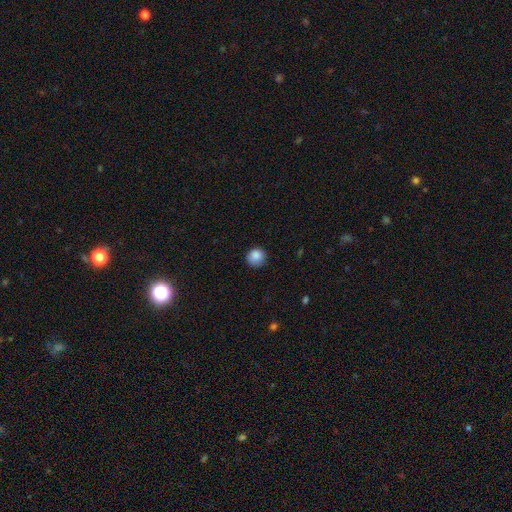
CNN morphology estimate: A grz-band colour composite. It shows a smooth galaxy with no disk features (86%) that is round (91%). Merging: none (81%).